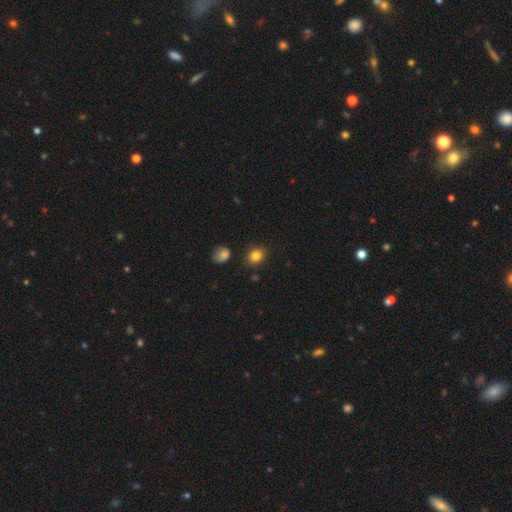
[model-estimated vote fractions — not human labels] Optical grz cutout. It shows a smooth galaxy with no disk features (83%) that is round (63%). Merging: none (85%).